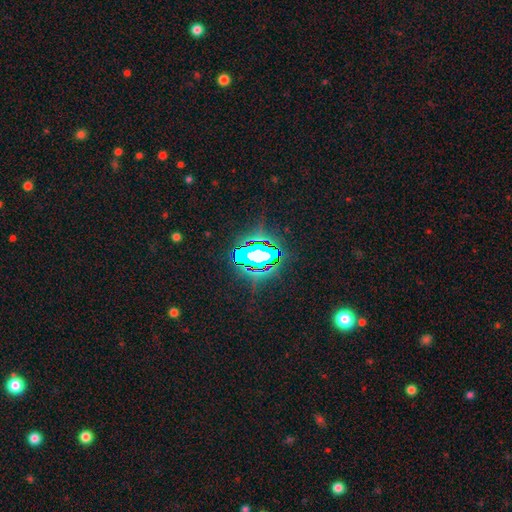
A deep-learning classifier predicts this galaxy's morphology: smooth_or_featured: star or artifact (p=0.79) [alt: smooth p=0.11]